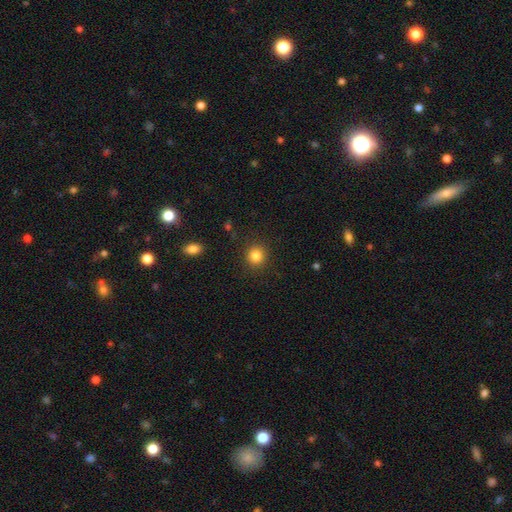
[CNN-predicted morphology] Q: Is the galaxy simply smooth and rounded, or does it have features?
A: smooth — 83%.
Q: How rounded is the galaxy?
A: round — 90%.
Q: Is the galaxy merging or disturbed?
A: none — 90%.